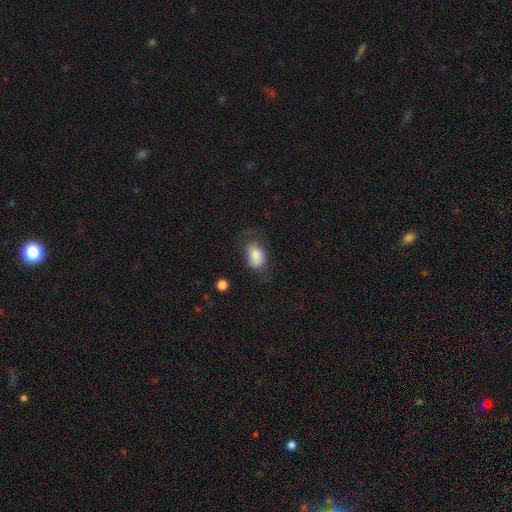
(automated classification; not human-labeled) A smooth galaxy with no disk features (83%) that is in between round and cigar-shaped (86%). Merging: none (54%).